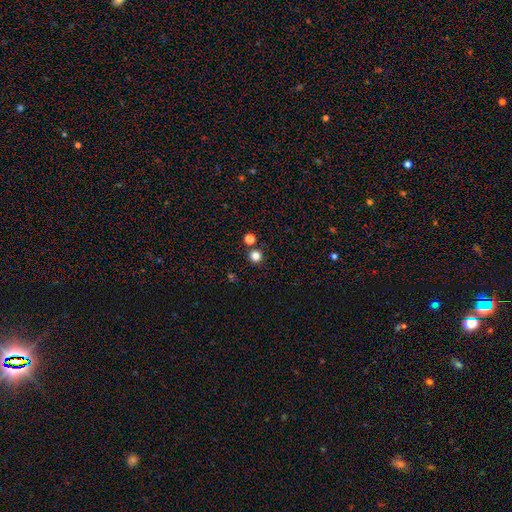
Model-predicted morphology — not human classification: smooth 80%, star or artifact 15%, featured or disk 4%. Down the decision tree: how rounded — round (94%); merging — none (86%).